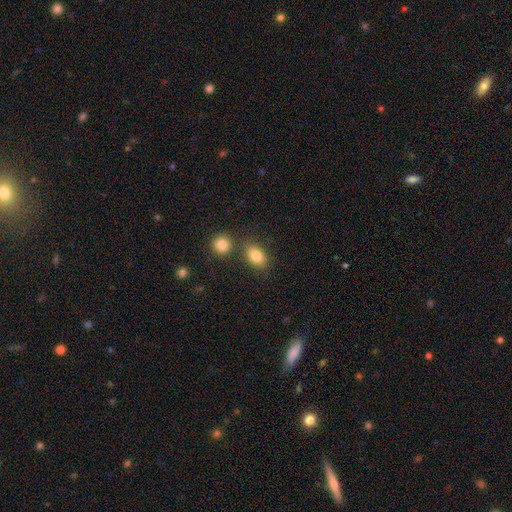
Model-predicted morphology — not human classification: smooth 84%, star or artifact 9%, featured or disk 7%. Down the decision tree: how rounded — in between (80%); merging — none (70%).